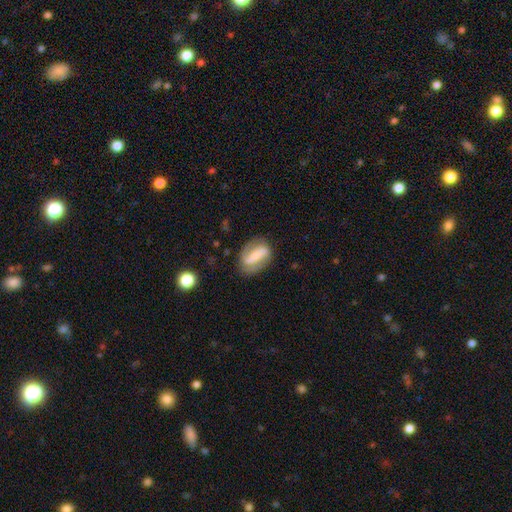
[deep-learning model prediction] A featured or disk galaxy (72%) with a strong bar (63%), 2 (87%) medium (40%) spiral arms (86%) and a small central bulge (48%). Merging: none (75%).